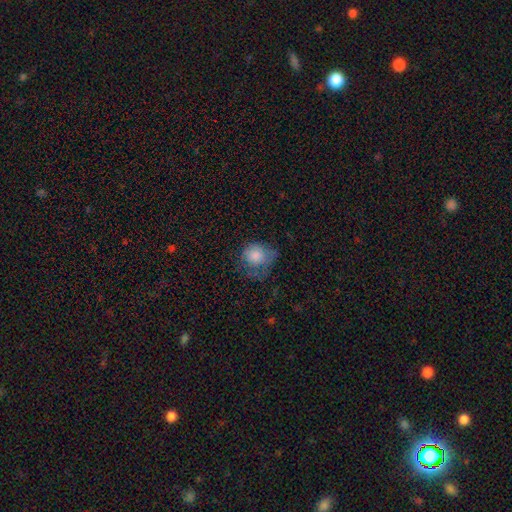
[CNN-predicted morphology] A smooth galaxy with no disk features (77%) that is round (75%).

Vote fractions:
- Smooth or featured? smooth: 77% / featured or disk: 14% / star or artifact: 9%
- How rounded? round: 75% / in between: 24% / cigar-shaped: 1%
- Merging? none: 42% / minor disturbance: 29% / major disturbance: 27% / merger: 2%